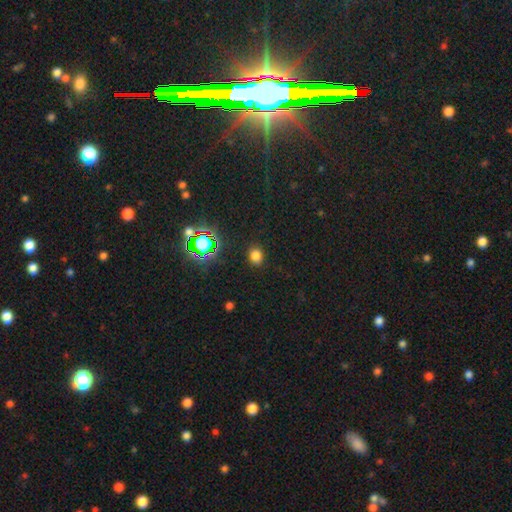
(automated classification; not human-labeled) Q: Smooth or featured?
A: smooth (74%); runner-up: star or artifact (21%)
Q: How rounded?
A: round (51%); runner-up: in between (48%)
Q: Merging?
A: none (88%); runner-up: minor disturbance (8%)